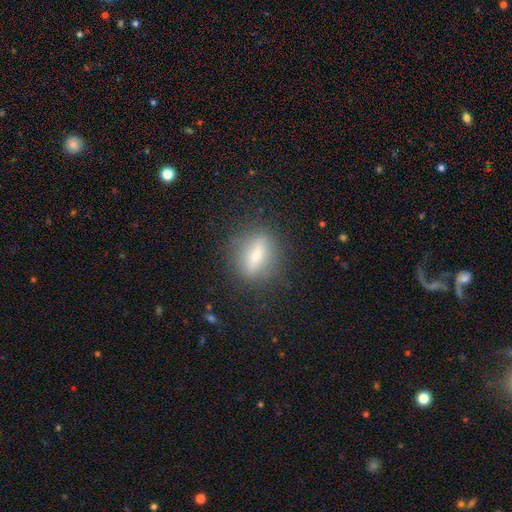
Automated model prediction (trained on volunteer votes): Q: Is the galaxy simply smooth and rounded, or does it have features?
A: smooth — 56%.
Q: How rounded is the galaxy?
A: in between — 42%.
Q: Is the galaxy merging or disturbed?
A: none — 83%.